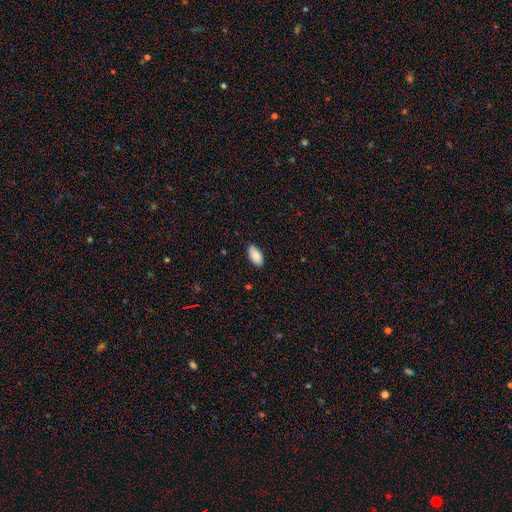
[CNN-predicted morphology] Smooth or featured? smooth (87%)
How rounded? in between (95%)
Merging? none (84%)